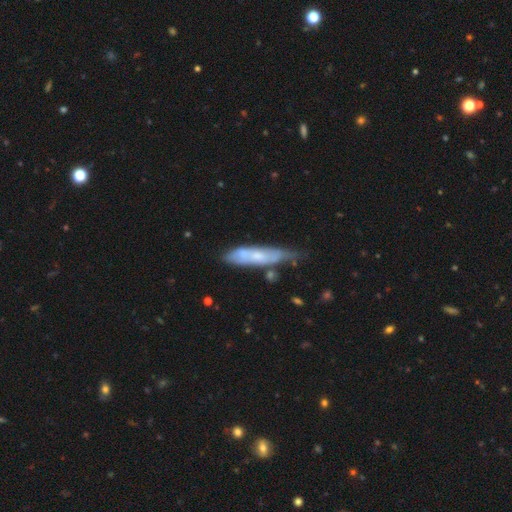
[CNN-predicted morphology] Overall: featured or disk (47%; smooth 46%). Merging: none (48%; minor disturbance 33%).